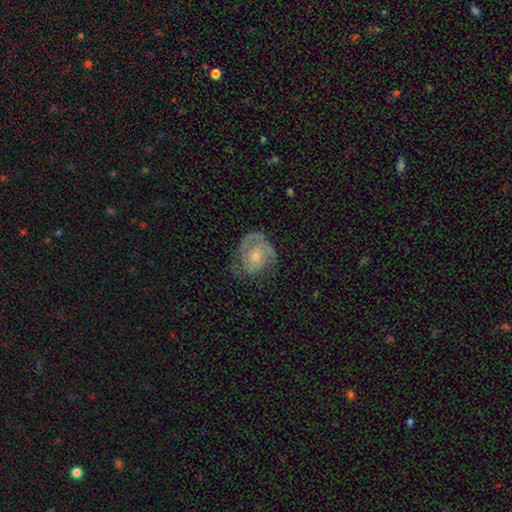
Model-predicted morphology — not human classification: Smooth or featured: featured or disk — 77% (smooth — 16%)
Edge-on disk: no — 97% (yes — 3%)
Bar: no — 73% (weak — 22%)
Spiral arms: yes — 90% (no — 10%)
Spiral winding: tight — 53% (medium — 36%)
Spiral arm count: 2 — 51% (can't tell — 21%)
Bulge size: small — 55% (moderate — 39%)
Merging: none — 62% (minor disturbance — 23%)